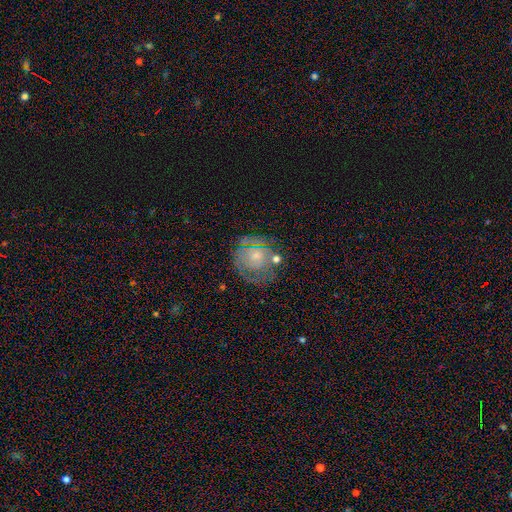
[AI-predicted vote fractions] This is likely a featured or disk galaxy (62%). It is clearly not viewed edge-on (97%). Bar: clearly no (80%). Spiral arm pattern: likely yes (72%). Central bulge: possibly small (57%). Merging: possibly none (60%).